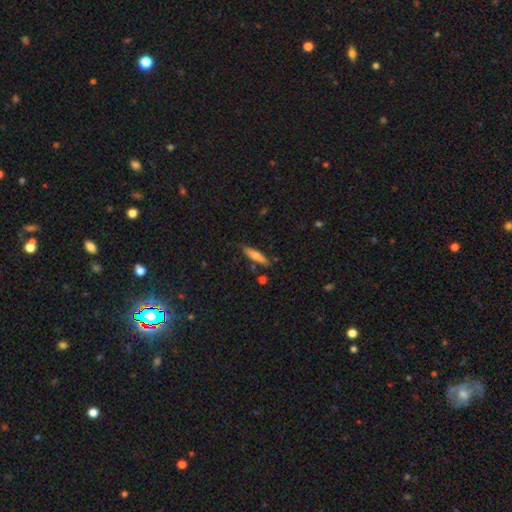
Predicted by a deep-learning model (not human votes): smooth_or_featured: smooth (p=0.58) [alt: featured or disk p=0.35]
how_rounded: cigar-shaped (p=0.77) [alt: in between p=0.21]
merging: none (p=0.77) [alt: minor disturbance p=0.15]